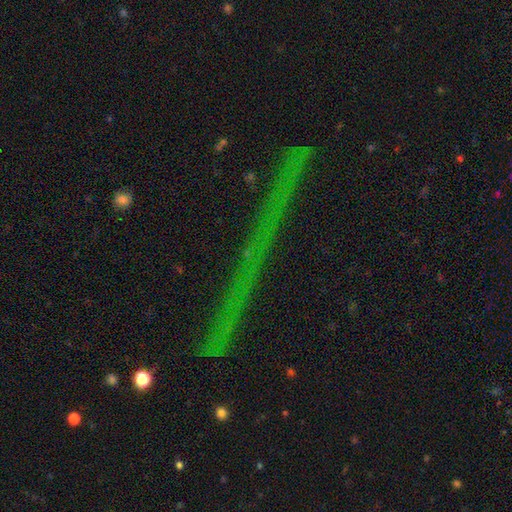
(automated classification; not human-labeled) Morphology: type=star or artifact (73%).